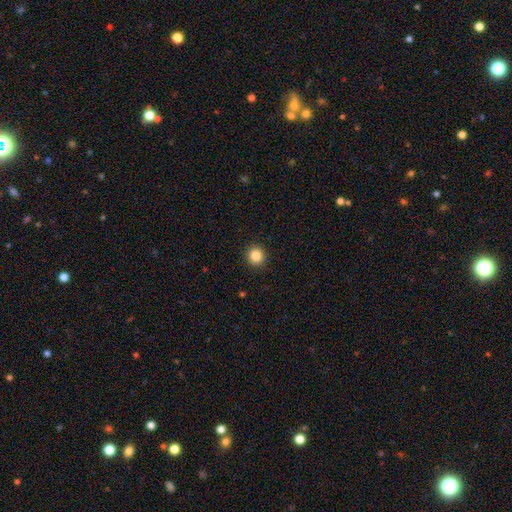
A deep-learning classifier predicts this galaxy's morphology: Q: Smooth or featured?
A: smooth (86%); runner-up: star or artifact (10%)
Q: How rounded?
A: round (92%); runner-up: in between (7%)
Q: Merging?
A: none (92%); runner-up: minor disturbance (5%)